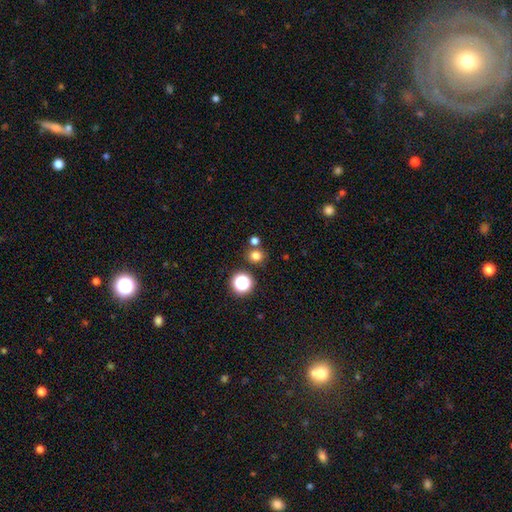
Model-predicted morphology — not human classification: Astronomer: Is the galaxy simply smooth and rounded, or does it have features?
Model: smooth — 75%.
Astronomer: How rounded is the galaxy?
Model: round — 85%.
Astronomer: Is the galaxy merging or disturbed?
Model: none — 72%.